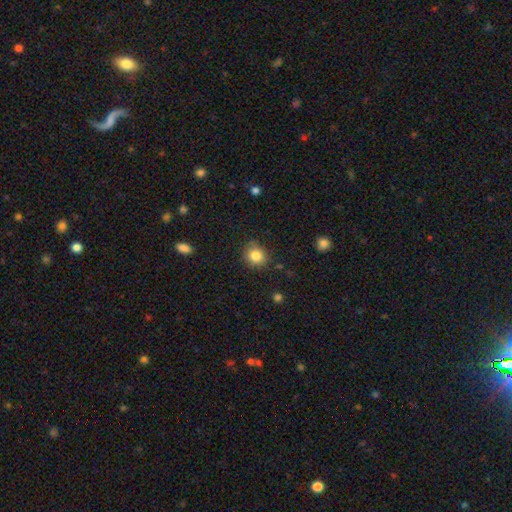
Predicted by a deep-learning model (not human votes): The model was most divided on "how rounded": round: 85%, in between: 14%, cigar-shaped: 1%. More confident: merging — none (84%); smooth or featured — smooth (84%).